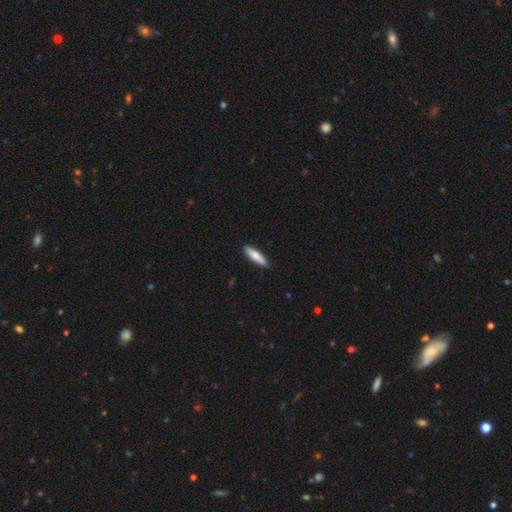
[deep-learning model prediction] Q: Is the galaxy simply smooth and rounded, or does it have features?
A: smooth — 79%.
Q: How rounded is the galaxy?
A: cigar-shaped — 78%.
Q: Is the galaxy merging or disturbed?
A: none — 89%.